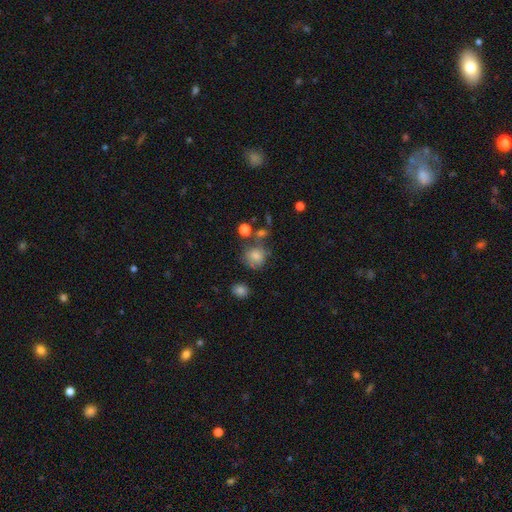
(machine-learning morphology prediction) Smooth or featured?
  - smooth: 76% *
  - featured or disk: 12%
  - star or artifact: 12%
How rounded?
  - round: 78% *
  - in between: 21%
  - cigar-shaped: 1%
Merging?
  - none: 57% *
  - minor disturbance: 21%
  - merger: 12%
  - major disturbance: 10%